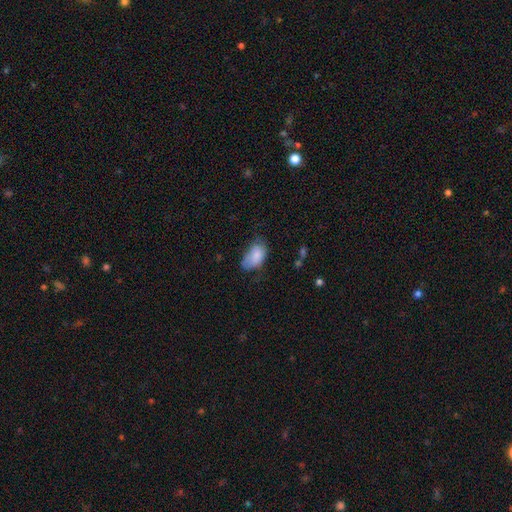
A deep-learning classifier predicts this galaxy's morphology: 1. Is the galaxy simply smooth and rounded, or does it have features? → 82% smooth, 11% featured or disk, 7% star or artifact.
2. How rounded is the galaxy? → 92% in between, 6% round, 2% cigar-shaped.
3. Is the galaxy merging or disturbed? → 40% minor disturbance (tied), 40% none (tied), 18% major disturbance, 3% merger.